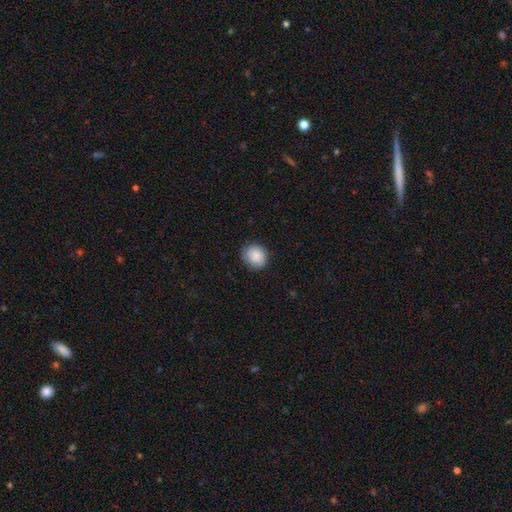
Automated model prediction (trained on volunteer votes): This is clearly a smooth galaxy (86%). How rounded: likely round (79%). Merging: clearly none (85%).